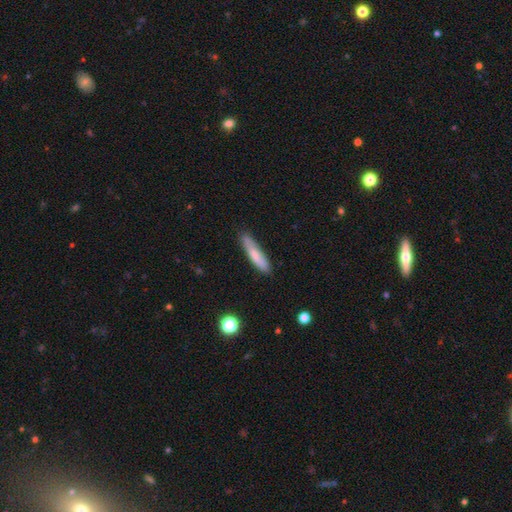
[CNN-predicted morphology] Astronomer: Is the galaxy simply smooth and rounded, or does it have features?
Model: smooth — 73%.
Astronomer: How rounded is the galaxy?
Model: cigar-shaped — 85%.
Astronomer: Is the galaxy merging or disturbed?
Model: none — 82%.